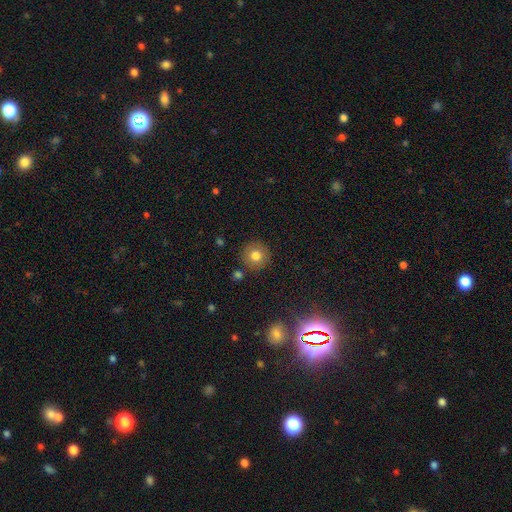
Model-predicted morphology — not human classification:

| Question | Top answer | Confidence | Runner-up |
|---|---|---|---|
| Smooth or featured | smooth | 76% | featured or disk (12%) |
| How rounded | round | 94% | in between (5%) |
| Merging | none | 87% | minor disturbance (7%) |